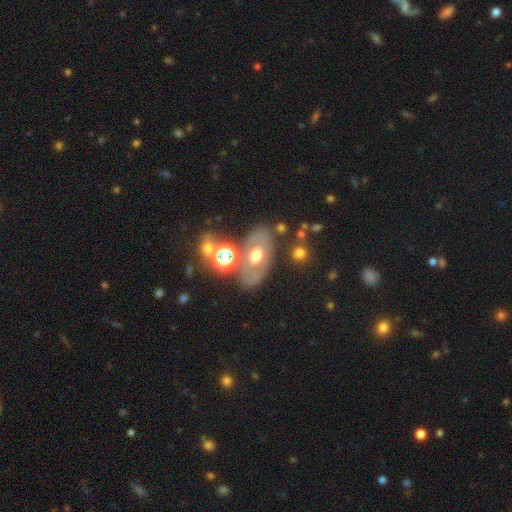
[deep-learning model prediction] A featured or disk galaxy (52%). Merging: none (69%).